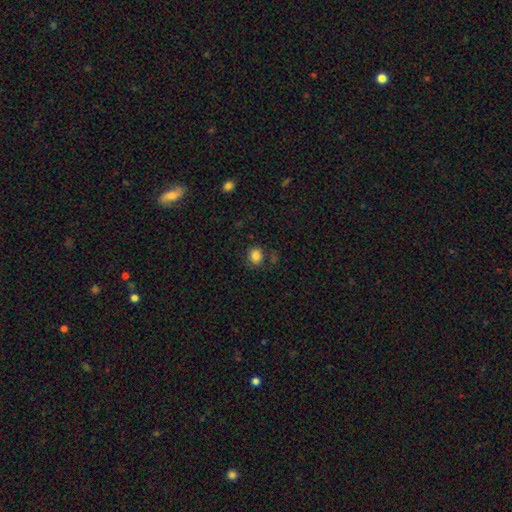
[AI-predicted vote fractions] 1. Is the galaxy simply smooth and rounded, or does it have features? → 83% smooth, 11% star or artifact, 5% featured or disk.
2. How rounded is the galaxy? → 59% round, 40% in between, 1% cigar-shaped.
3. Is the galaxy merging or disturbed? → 74% none, 15% minor disturbance, 6% major disturbance, 5% merger.